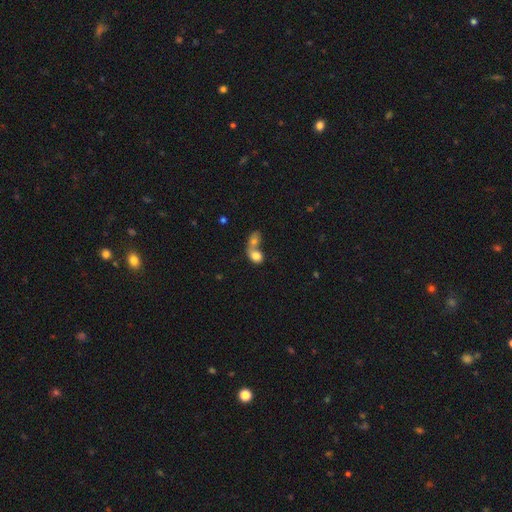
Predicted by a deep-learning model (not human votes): This appears to be a smooth galaxy with no disk features (78%) that is in between round and cigar-shaped (58%). Merging: merger (75%).